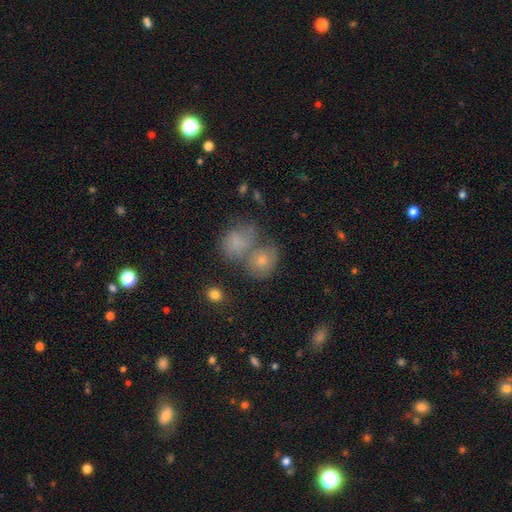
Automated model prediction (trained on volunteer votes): Smooth or featured? smooth (48%)
Merging? none (48%)